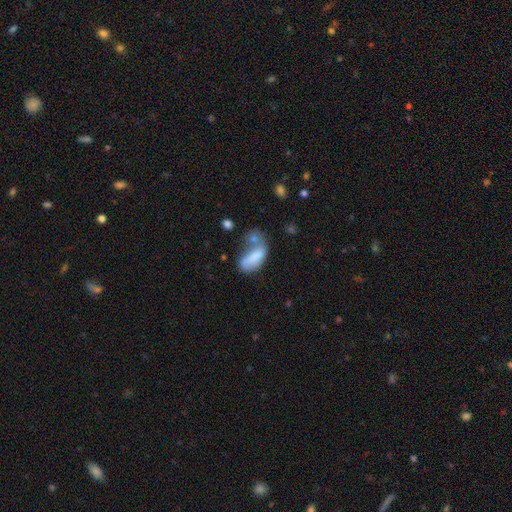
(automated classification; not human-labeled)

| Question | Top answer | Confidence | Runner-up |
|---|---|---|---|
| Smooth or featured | smooth | 70% | featured or disk (20%) |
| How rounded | in between | 81% | cigar-shaped (16%) |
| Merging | merger | 35% | none (23%) |